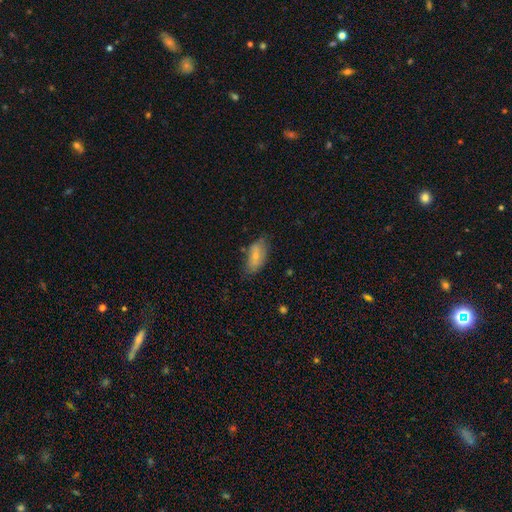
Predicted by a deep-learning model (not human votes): This is likely a smooth galaxy (70%). How rounded: clearly in between (89%). Merging: likely none (64%).